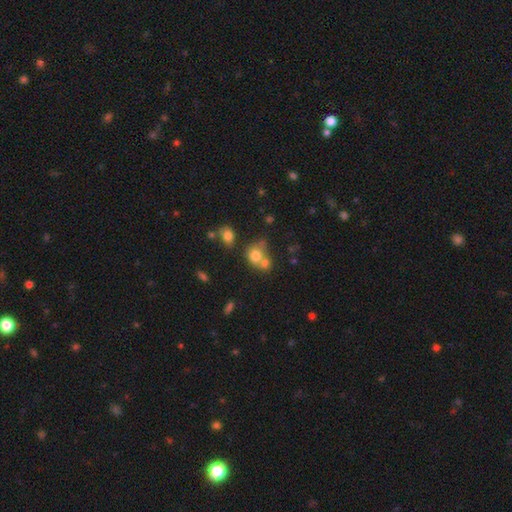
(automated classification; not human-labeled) A smooth galaxy with no disk features (74%) that is round (67%).

Vote fractions:
- Smooth or featured? smooth: 74% / featured or disk: 13% / star or artifact: 12%
- How rounded? round: 67% / in between: 32% / cigar-shaped: 1%
- Merging? merger: 54% / none: 31% / minor disturbance: 10% / major disturbance: 5%